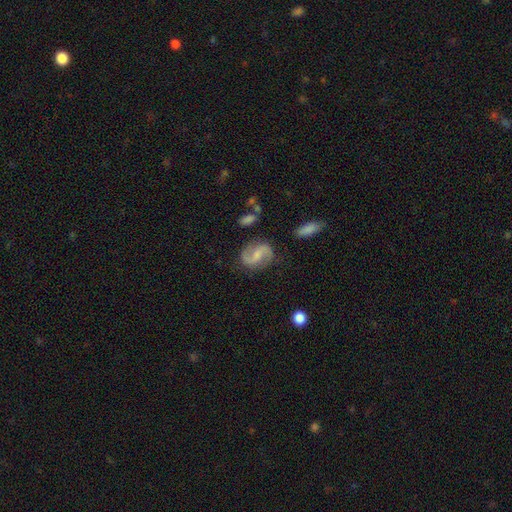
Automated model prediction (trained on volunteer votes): Smooth or featured: featured or disk — 82% (smooth — 12%)
Edge-on disk: no — 98% (yes — 2%)
Bar: weak — 45% (no — 32%)
Spiral arms: yes — 96% (no — 4%)
Spiral winding: medium — 46% (loose — 40%)
Spiral arm count: 2 — 93% (can't tell — 3%)
Bulge size: small — 47% (moderate — 38%)
Merging: none — 82% (minor disturbance — 12%)